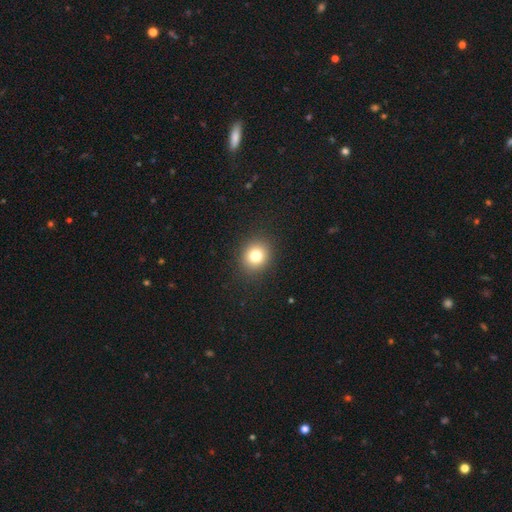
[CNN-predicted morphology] smooth 79%, star or artifact 13%, featured or disk 9%. Down the decision tree: how rounded — round (76%); merging — none (90%).